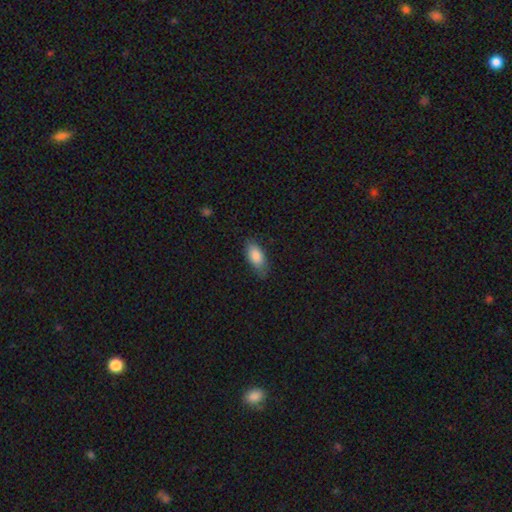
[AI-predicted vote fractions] Morphology: type=smooth (85%); roundness=in between (90%); merging=none (73%).